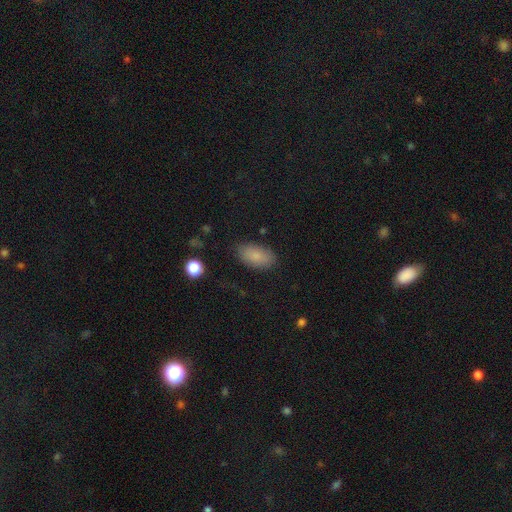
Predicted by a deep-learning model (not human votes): Q: Smooth or featured?
A: smooth (85%); runner-up: star or artifact (8%)
Q: How rounded?
A: in between (93%); runner-up: round (4%)
Q: Merging?
A: none (83%); runner-up: minor disturbance (12%)